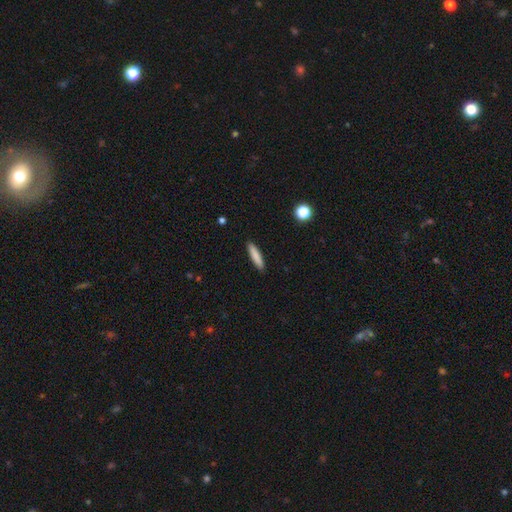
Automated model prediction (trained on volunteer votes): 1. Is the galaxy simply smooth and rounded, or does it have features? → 84% smooth, 10% featured or disk, 6% star or artifact.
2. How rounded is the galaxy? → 86% cigar-shaped, 13% in between, 1% round.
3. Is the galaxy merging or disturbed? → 91% none, 7% minor disturbance, 2% major disturbance, 1% merger.